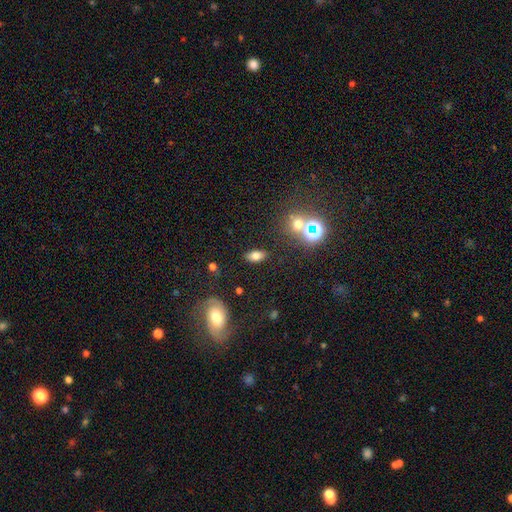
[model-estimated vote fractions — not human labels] Smooth or featured: smooth — 72% (star or artifact — 15%)
How rounded: in between — 86% (cigar-shaped — 8%)
Merging: none — 85% (minor disturbance — 9%)